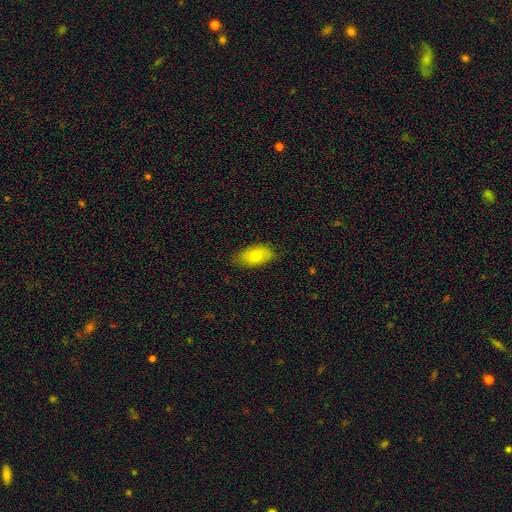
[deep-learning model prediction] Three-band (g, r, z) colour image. It shows a smooth galaxy with no disk features (77%) that is in between round and cigar-shaped (93%). Merging: none (77%).